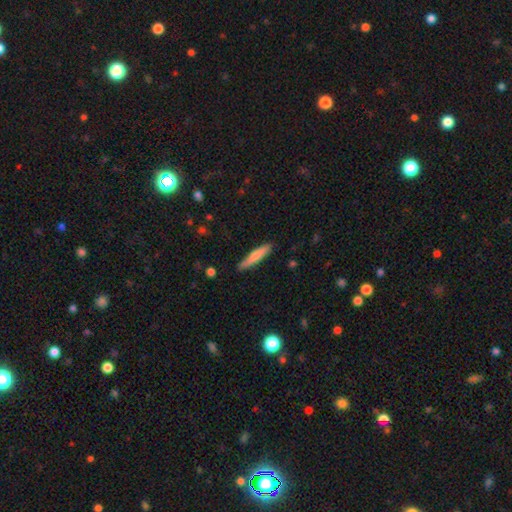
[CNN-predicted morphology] This is likely a smooth galaxy (69%). How rounded: clearly cigar-shaped (89%). Merging: clearly none (85%).